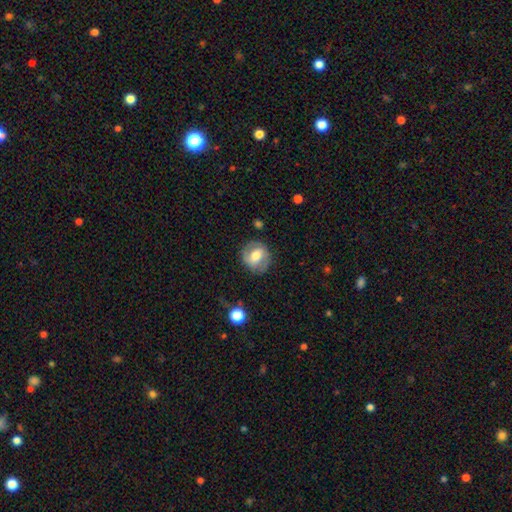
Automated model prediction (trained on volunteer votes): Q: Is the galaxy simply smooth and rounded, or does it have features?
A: smooth — 48%.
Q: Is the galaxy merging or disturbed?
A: none — 80%.